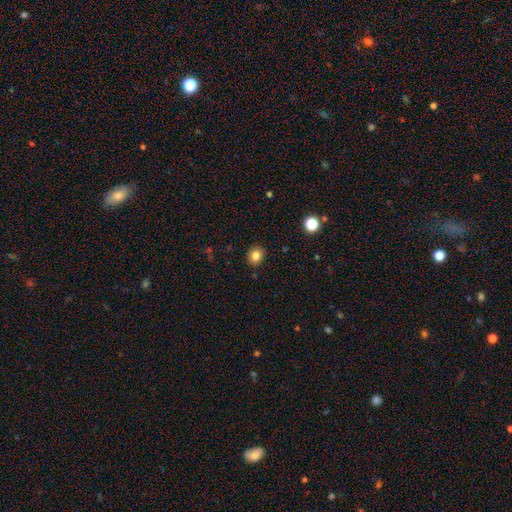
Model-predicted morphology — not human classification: A smooth galaxy with no disk features (81%) that is round (74%). Merging: none (89%).